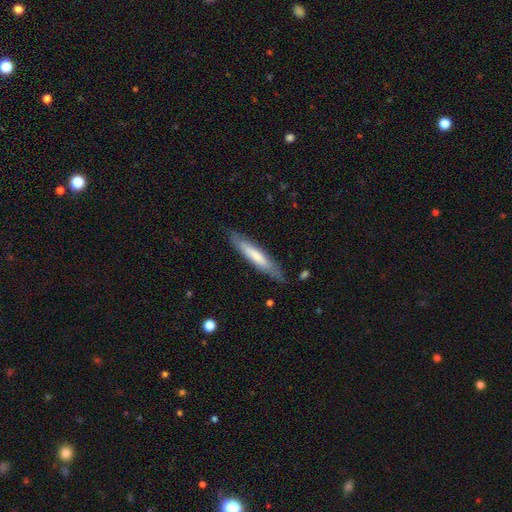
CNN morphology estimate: smooth_or_featured: smooth (p=0.63) [alt: featured or disk p=0.32]
how_rounded: cigar-shaped (p=0.90) [alt: in between p=0.09]
merging: none (p=0.83) [alt: minor disturbance p=0.13]